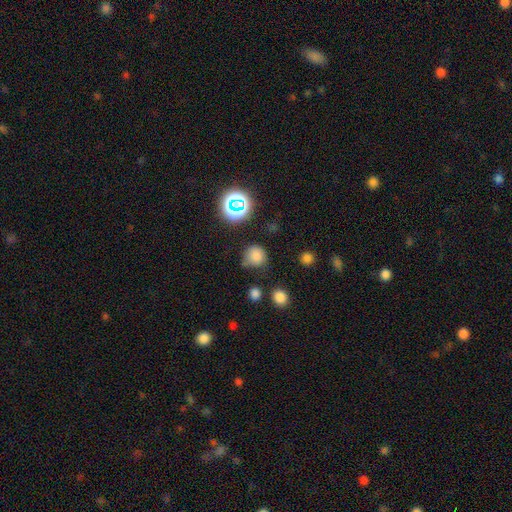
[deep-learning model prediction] The model was most divided on "merging": none: 67%, minor disturbance: 21%, major disturbance: 7%, merger: 5%. More confident: how rounded — round (87%); smooth or featured — smooth (75%).